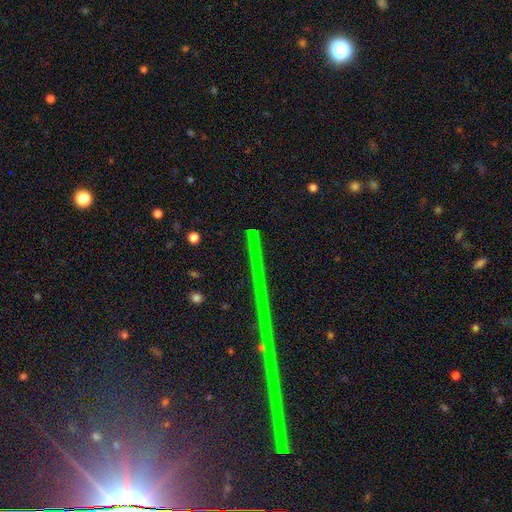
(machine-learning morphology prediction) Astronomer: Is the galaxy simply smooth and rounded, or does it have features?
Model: star or artifact — 84%.